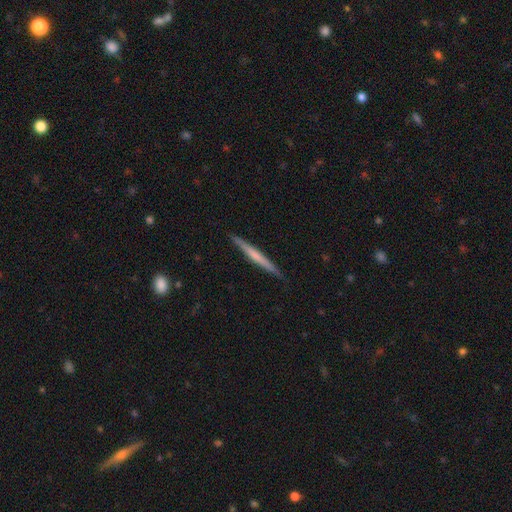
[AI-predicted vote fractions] Smooth or featured?
  - featured or disk: 52% *
  - smooth: 43%
  - star or artifact: 5%
Edge-on disk?
  - yes: 97% *
  - no: 3%
Edge-on bulge?
  - none: 66% *
  - rounded: 22%
  - boxy: 11%
Merging?
  - none: 90% *
  - minor disturbance: 8%
  - major disturbance: 1%
  - merger: 1%